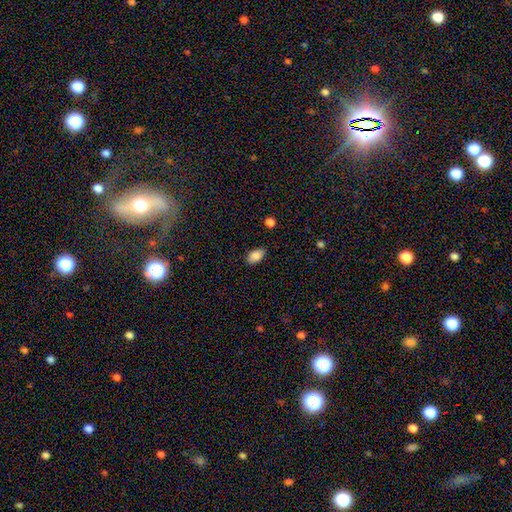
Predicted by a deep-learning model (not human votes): Smooth or featured? Predicted: smooth (p=0.86). How rounded? Predicted: in between (p=0.91). Merging? Predicted: none (p=0.84).